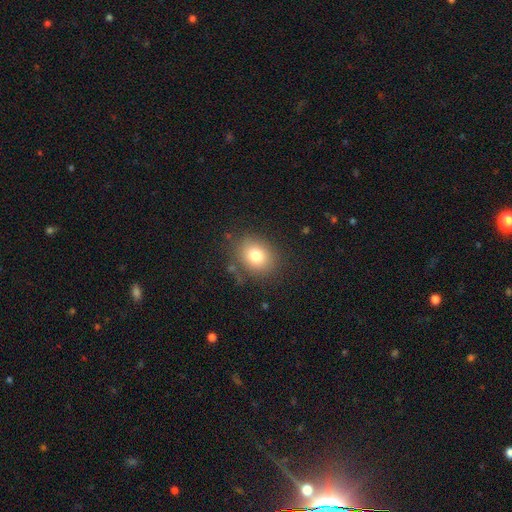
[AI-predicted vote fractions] Smooth or featured? Predicted: smooth (p=0.77). How rounded? Predicted: round (p=0.58). Merging? Predicted: none (p=0.81).